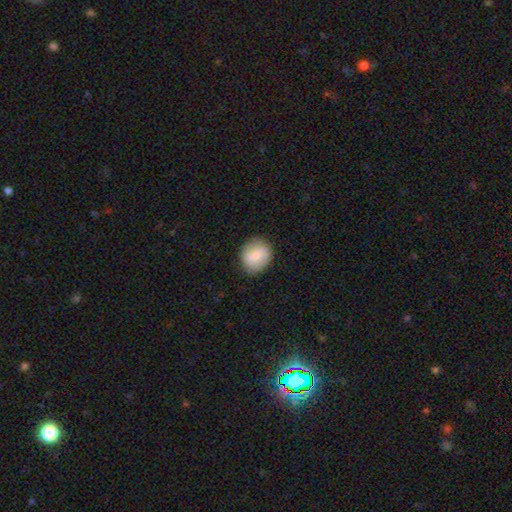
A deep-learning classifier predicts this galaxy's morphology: Smooth or featured? Predicted: smooth (p=0.70). How rounded? Predicted: round (p=0.69). Merging? Predicted: none (p=0.85).